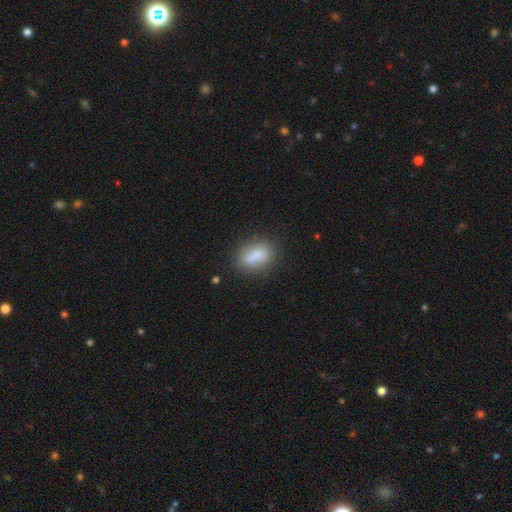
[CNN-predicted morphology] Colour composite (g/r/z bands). It shows a smooth galaxy with no disk features (77%) that is in between round and cigar-shaped (76%). Merging: none (67%).